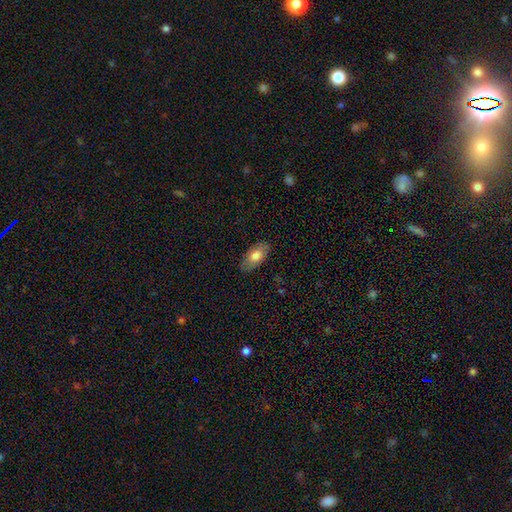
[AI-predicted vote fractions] Smooth or featured?
  - smooth: 74% *
  - featured or disk: 19%
  - star or artifact: 6%
How rounded?
  - in between: 92% *
  - cigar-shaped: 5%
  - round: 3%
Merging?
  - none: 83% *
  - minor disturbance: 13%
  - major disturbance: 3%
  - merger: 1%